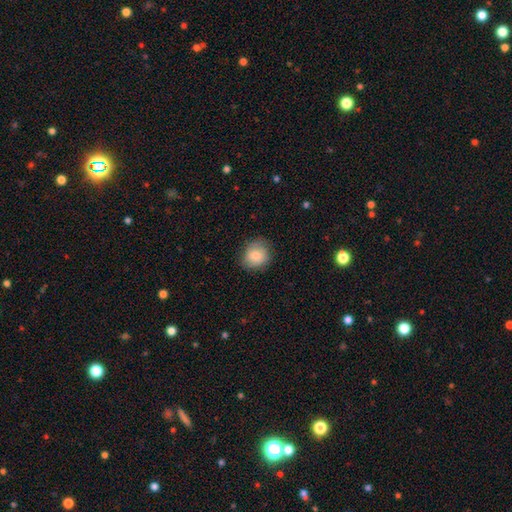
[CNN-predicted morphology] A smooth galaxy with no disk features (80%) that is round (80%).

Vote fractions:
- Smooth or featured? smooth: 80% / featured or disk: 12% / star or artifact: 8%
- How rounded? round: 80% / in between: 19% / cigar-shaped: 1%
- Merging? none: 79% / minor disturbance: 16% / major disturbance: 4% / merger: 1%